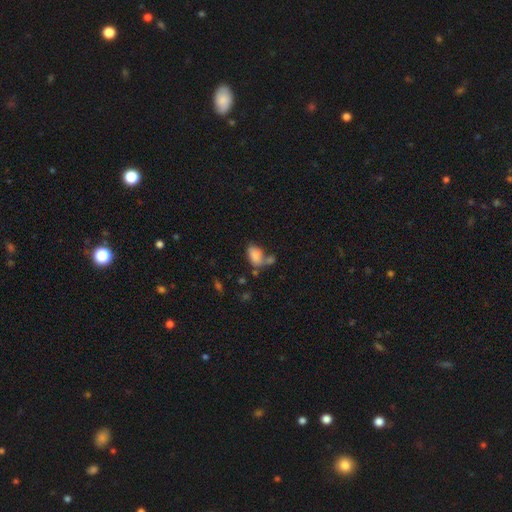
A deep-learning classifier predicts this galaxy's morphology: The model was most divided on "merging": none: 41%, merger: 32%, minor disturbance: 18%, major disturbance: 9%. More confident: how rounded — in between (89%); smooth or featured — smooth (83%).